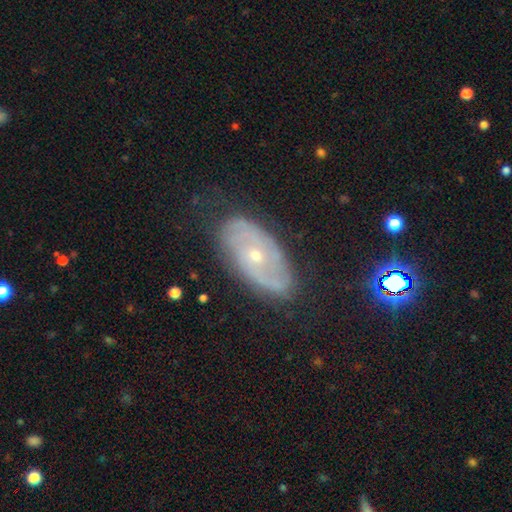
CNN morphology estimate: smooth_or_featured: featured or disk (p=0.77) [alt: smooth p=0.15]
disk_edge_on: no (p=0.92) [alt: yes p=0.08]
bar: no (p=0.75) [alt: weak p=0.20]
has_spiral_arms: yes (p=0.85) [alt: no p=0.15]
spiral_winding: tight (p=0.53) [alt: medium p=0.35]
spiral_arm_count: 2 (p=0.48) [alt: can't tell p=0.34]
bulge_size: small (p=0.65) [alt: moderate p=0.32]
merging: none (p=0.76) [alt: minor disturbance p=0.17]